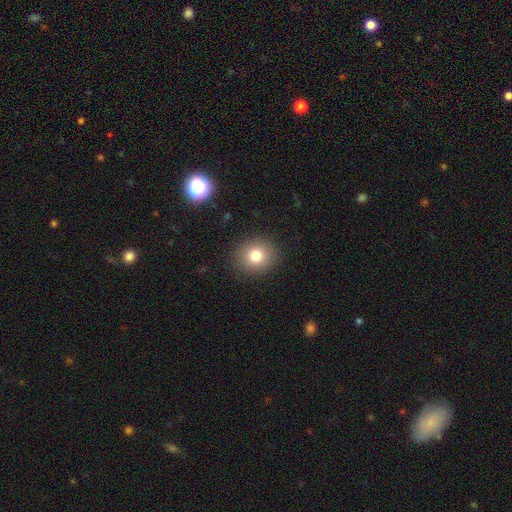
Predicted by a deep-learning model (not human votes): A smooth galaxy with no disk features (79%) that is round (84%). Merging: none (90%).